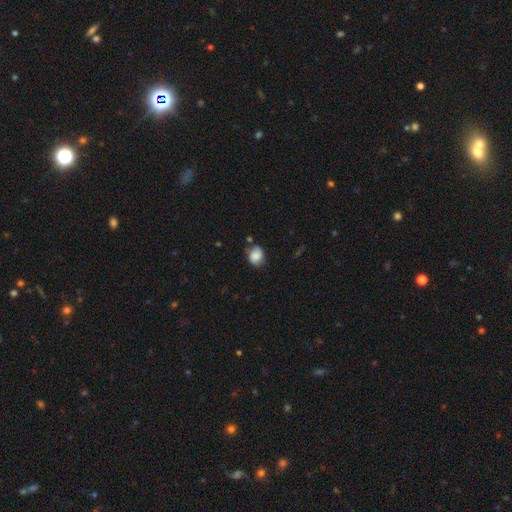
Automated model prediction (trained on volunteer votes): Smooth or featured? Predicted: smooth (p=0.77). How rounded? Predicted: round (p=0.58). Merging? Predicted: none (p=0.60).